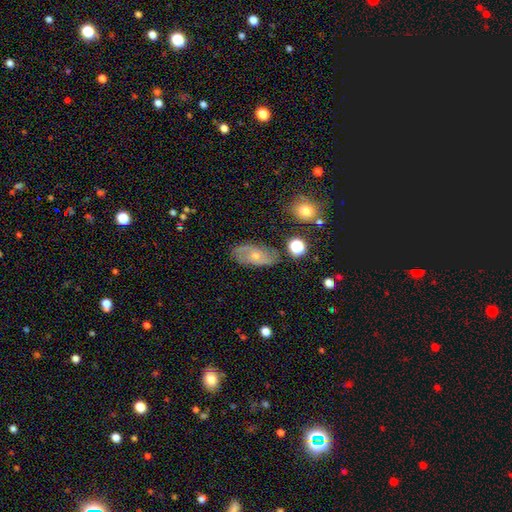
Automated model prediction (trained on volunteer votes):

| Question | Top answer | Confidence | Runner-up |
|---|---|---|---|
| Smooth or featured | featured or disk | 69% | smooth (20%) |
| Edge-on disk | no | 93% | yes (7%) |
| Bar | no | 69% | weak (26%) |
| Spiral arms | yes | 86% | no (14%) |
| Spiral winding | tight | 42% | medium (41%) |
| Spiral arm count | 2 | 54% | can't tell (28%) |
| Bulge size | small | 65% | moderate (31%) |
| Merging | none | 78% | minor disturbance (15%) |